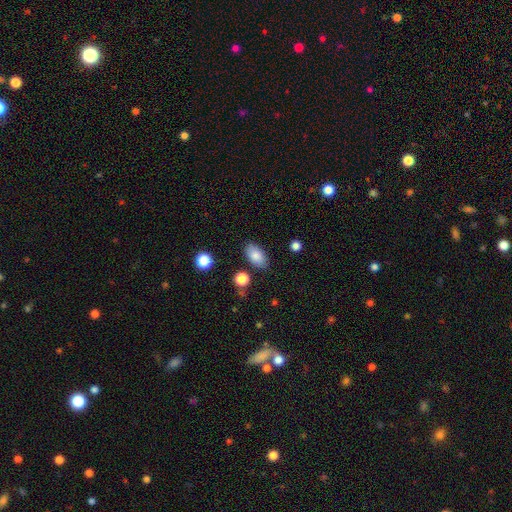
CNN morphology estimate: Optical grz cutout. It shows a smooth galaxy with no disk features (85%) that is in between round and cigar-shaped (92%). Merging: none (82%).